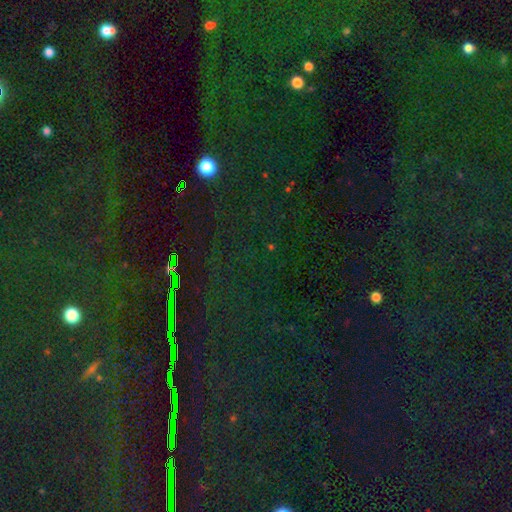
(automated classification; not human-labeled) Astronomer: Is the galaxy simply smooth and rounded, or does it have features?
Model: star or artifact — 85%.